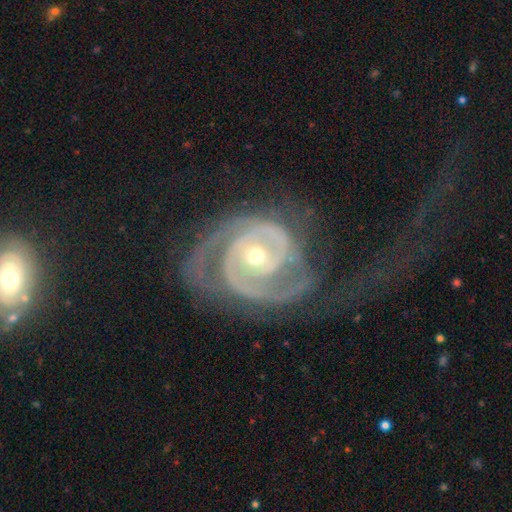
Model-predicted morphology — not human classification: Overall: featured or disk (92%). Edge-on disk: no (98%). Bar: no (64%; weak 25%). Spiral arms: yes (97%). Spiral arm count: 2 (62%). Spiral winding: tight (61%; medium 31%). Bulge size: small (54%; moderate 43%). Merging: none (47%; major disturbance 31%).